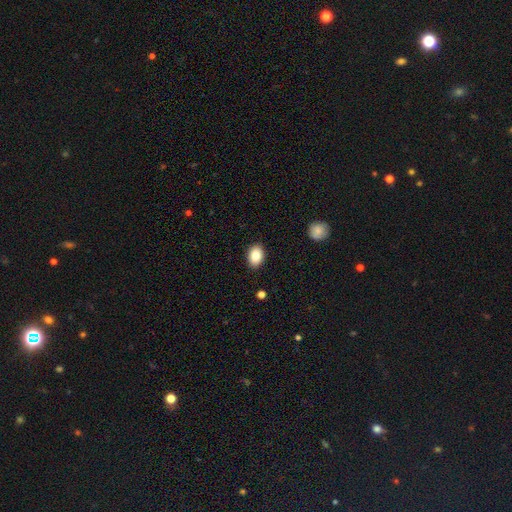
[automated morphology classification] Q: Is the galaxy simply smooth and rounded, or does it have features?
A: smooth — 86%.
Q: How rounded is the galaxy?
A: in between — 80%.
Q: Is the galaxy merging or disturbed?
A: none — 89%.